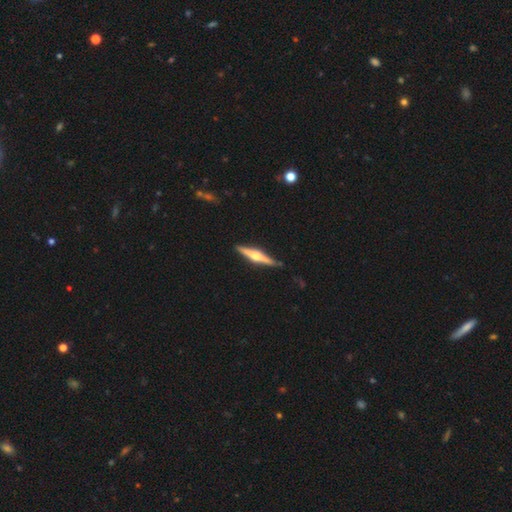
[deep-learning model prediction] Smooth or featured: featured or disk — 74% (smooth — 21%)
Edge-on disk: yes — 98% (no — 2%)
Edge-on bulge: rounded — 90% (boxy — 7%)
Merging: none — 88% (minor disturbance — 9%)